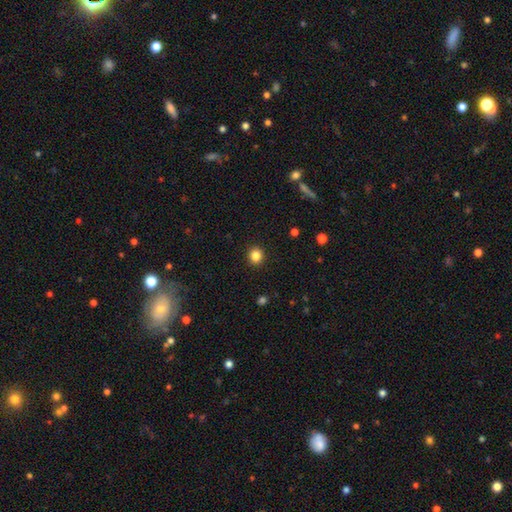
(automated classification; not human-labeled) The model was most divided on "smooth or featured": smooth: 84%, star or artifact: 12%, featured or disk: 4%. More confident: merging — none (92%); how rounded — round (88%).